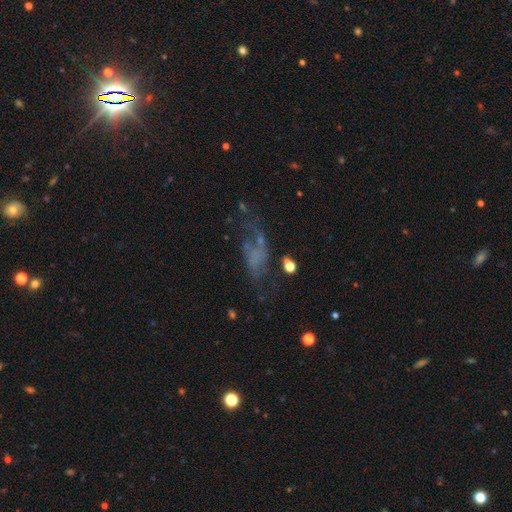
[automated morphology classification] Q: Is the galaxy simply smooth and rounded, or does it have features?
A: featured or disk — 46%.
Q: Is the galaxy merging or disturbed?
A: none — 37%, tied with major disturbance.